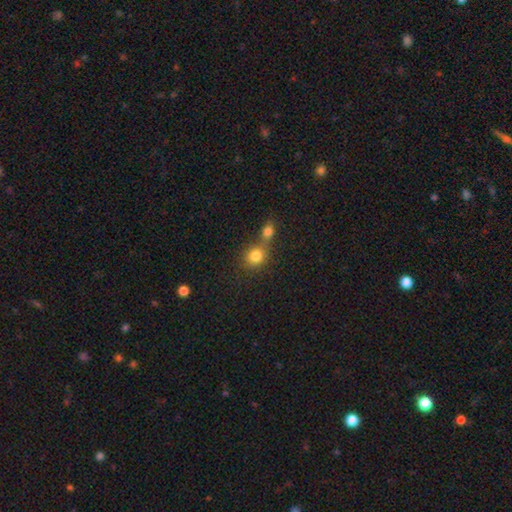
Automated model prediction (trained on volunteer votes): Q: Smooth or featured?
A: smooth (81%); runner-up: star or artifact (11%)
Q: How rounded?
A: round (80%); runner-up: in between (19%)
Q: Merging?
A: merger (51%); runner-up: none (38%)